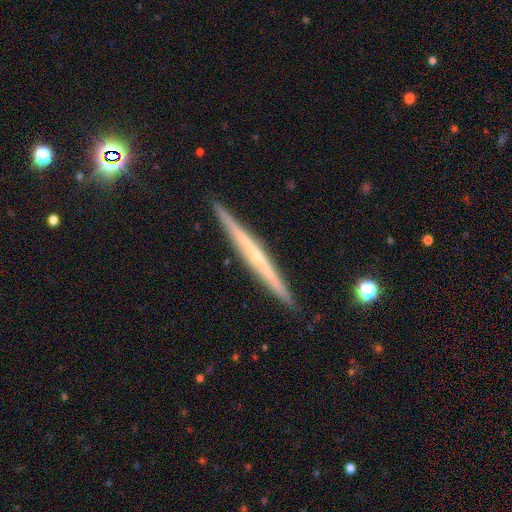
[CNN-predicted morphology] Overall: featured or disk (66%; smooth 28%). Edge-on disk: yes (98%). Edge-on bulge: none (74%). Merging: none (92%).